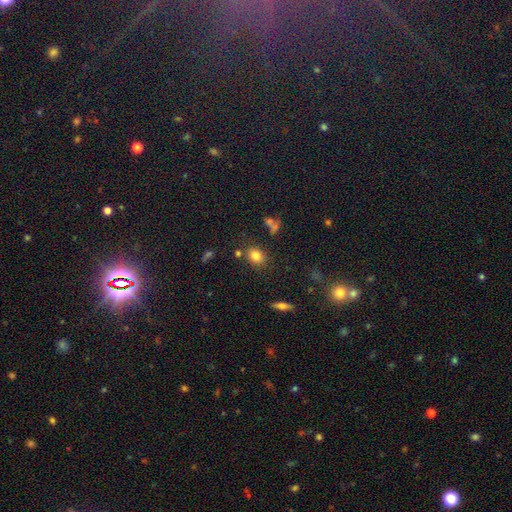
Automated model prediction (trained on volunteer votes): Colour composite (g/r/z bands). It shows a smooth galaxy with no disk features (80%) that is round (52%). Merging: none (77%).